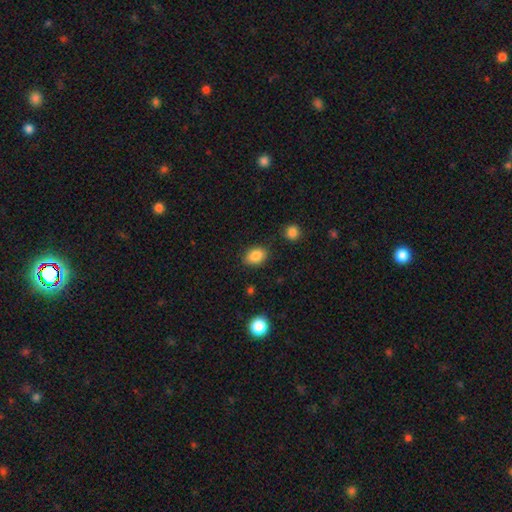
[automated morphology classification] smooth 85%, star or artifact 9%, featured or disk 6%. Down the decision tree: how rounded — in between (75%); merging — none (82%).